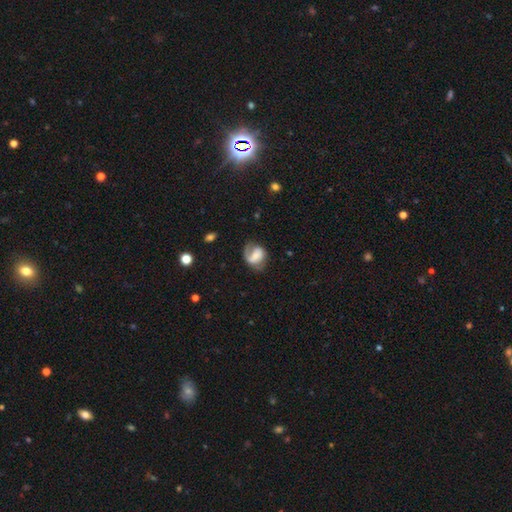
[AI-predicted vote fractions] A featured or disk galaxy (54%) with a weak bar (40%), spiral arms (80%) and a small central bulge (35%). Merging: none (52%).